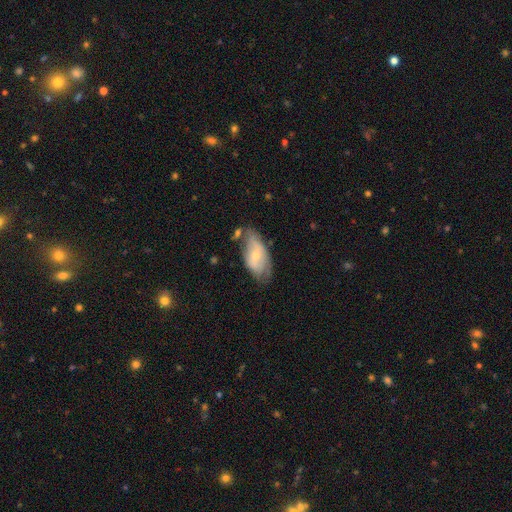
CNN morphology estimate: Smooth or featured? smooth (51%)
How rounded? in between (91%)
Merging? none (47%)